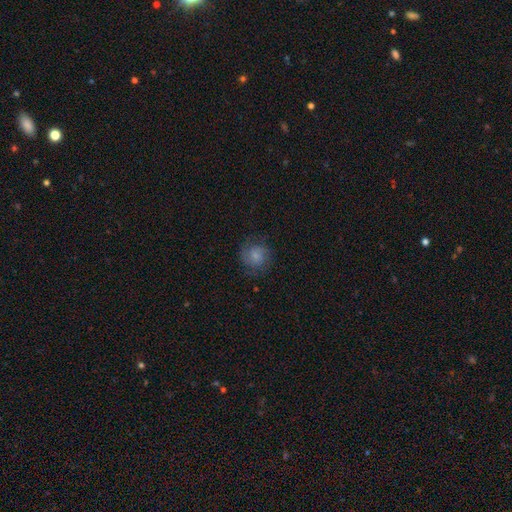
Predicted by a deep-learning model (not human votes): Smooth or featured? Predicted: smooth (p=0.55). How rounded? Predicted: round (p=0.84). Merging? Predicted: none (p=0.72).